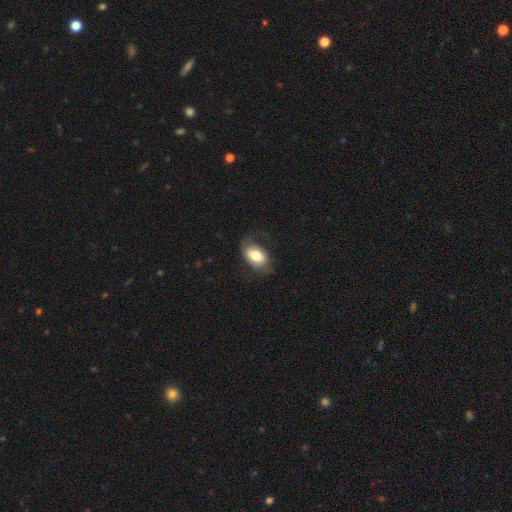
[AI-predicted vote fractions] smooth 61%, featured or disk 32%, star or artifact 7%. Down the decision tree: how rounded — in between (86%); merging — none (59%).